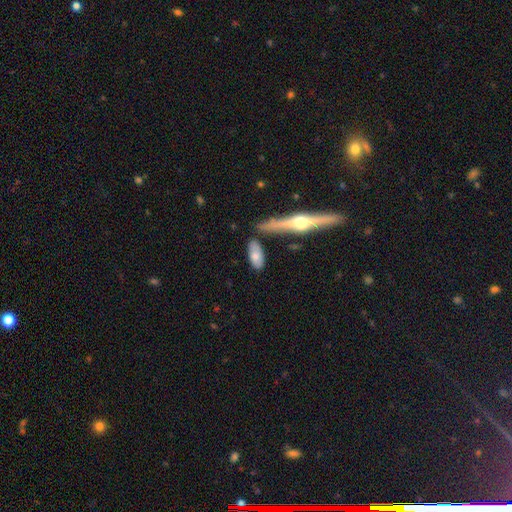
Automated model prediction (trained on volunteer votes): smooth_or_featured: smooth (p=0.69) [alt: featured or disk p=0.25]
how_rounded: in between (p=0.78) [alt: cigar-shaped p=0.19]
merging: none (p=0.71) [alt: minor disturbance p=0.16]